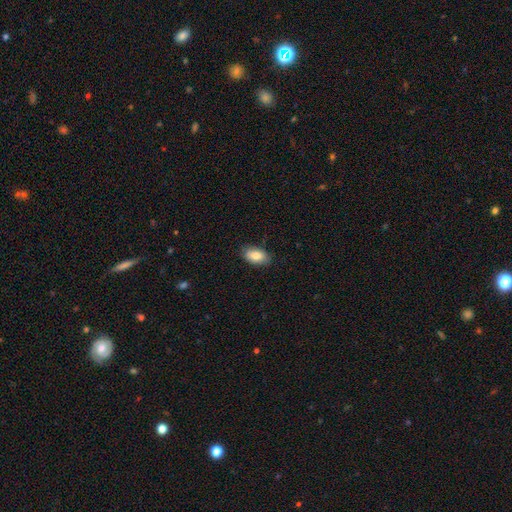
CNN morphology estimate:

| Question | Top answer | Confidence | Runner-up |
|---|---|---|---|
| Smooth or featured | smooth | 84% | featured or disk (9%) |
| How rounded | in between | 91% | round (6%) |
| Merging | none | 84% | minor disturbance (12%) |